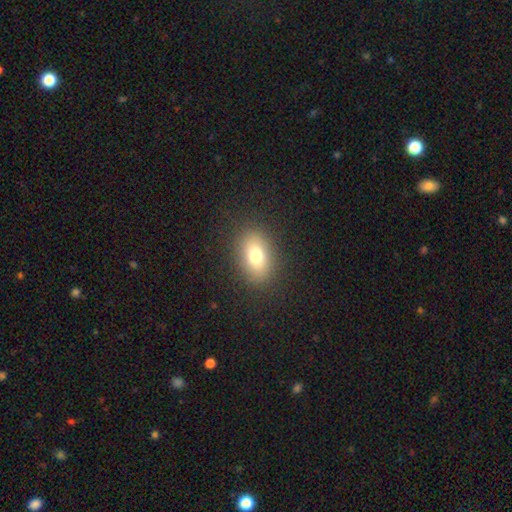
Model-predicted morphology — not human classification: smooth-or-featured: smooth: 75% | featured or disk: 14% | star or artifact: 12%
  how-rounded: in between: 79% | round: 18% | cigar-shaped: 2%
  merging: none: 87% | minor disturbance: 8% | major disturbance: 4% | merger: 1%